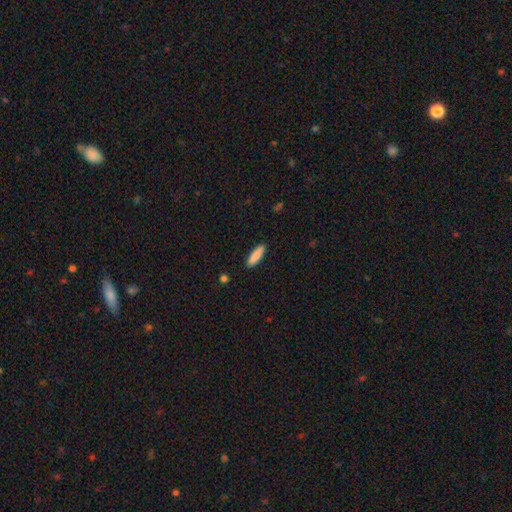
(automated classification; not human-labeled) Morphology: type=smooth (86%); roundness=cigar-shaped (61%); merging=none (90%).